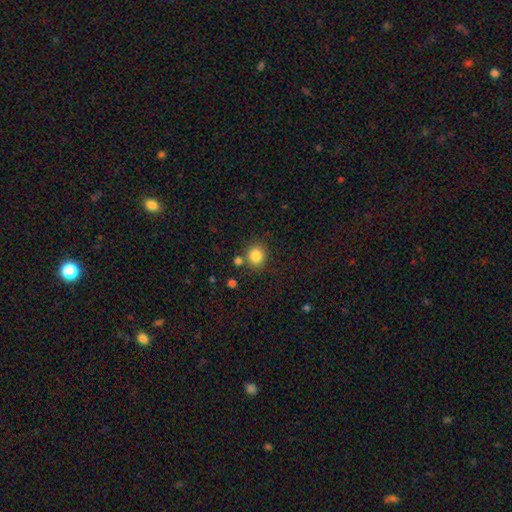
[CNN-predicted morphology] type=smooth (84%); roundness=round (85%); merging=none (78%).